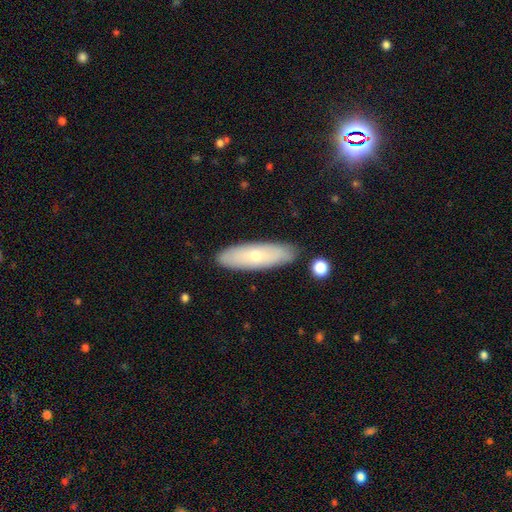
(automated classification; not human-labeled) Overall: smooth (60%; featured or disk 34%). How rounded: cigar-shaped (57%; in between 41%). Merging: none (86%).